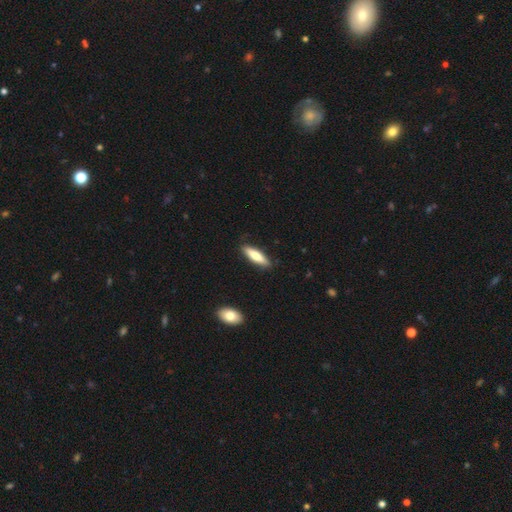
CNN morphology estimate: Q: Smooth or featured?
A: smooth (73%); runner-up: featured or disk (22%)
Q: How rounded?
A: cigar-shaped (63%); runner-up: in between (36%)
Q: Merging?
A: none (87%); runner-up: minor disturbance (10%)